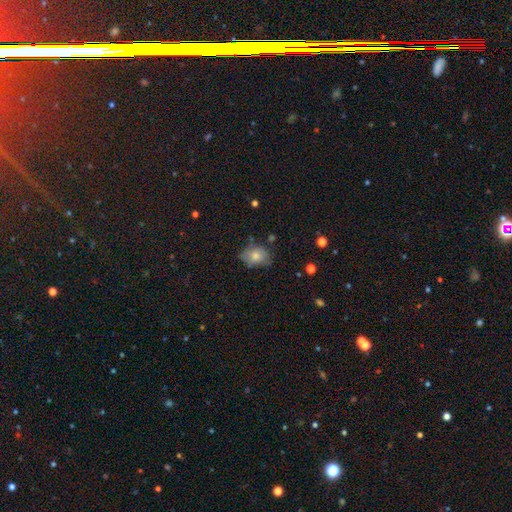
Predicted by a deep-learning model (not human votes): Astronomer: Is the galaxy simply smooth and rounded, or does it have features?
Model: smooth — 76%.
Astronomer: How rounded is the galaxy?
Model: in between — 68%.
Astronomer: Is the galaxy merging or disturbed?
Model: none — 62%.